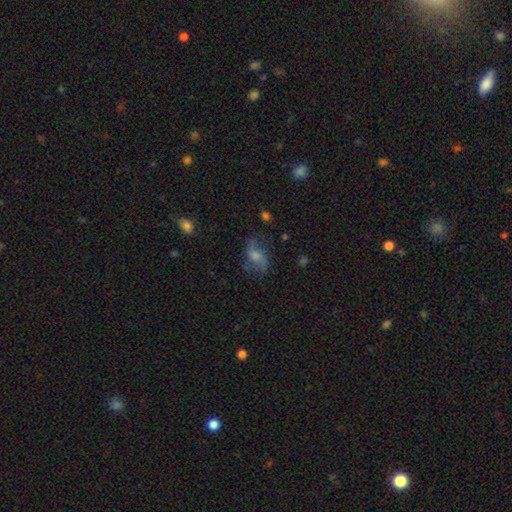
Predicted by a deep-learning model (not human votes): Q: Smooth or featured?
A: featured or disk (61%); runner-up: smooth (26%)
Q: Edge-on disk?
A: no (95%); runner-up: yes (5%)
Q: Bar?
A: no (51%); runner-up: weak (39%)
Q: Spiral arms?
A: yes (89%); runner-up: no (11%)
Q: Spiral winding?
A: loose (66%); runner-up: medium (27%)
Q: Spiral arm count?
A: 2 (86%); runner-up: can't tell (6%)
Q: Bulge size?
A: moderate (42%); runner-up: small (30%)
Q: Merging?
A: none (68%); runner-up: minor disturbance (19%)